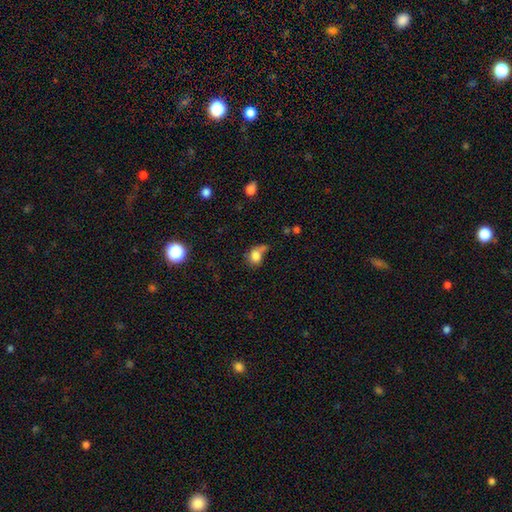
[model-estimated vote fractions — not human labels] Smooth or featured? Predicted: smooth (p=0.78). How rounded? Predicted: round (p=0.53). Merging? Predicted: none (p=0.32).